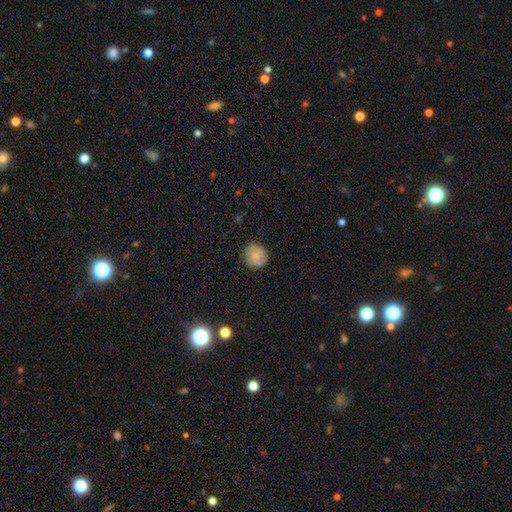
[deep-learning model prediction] This is likely a smooth galaxy (66%). How rounded: likely round (76%). Merging: clearly none (80%).